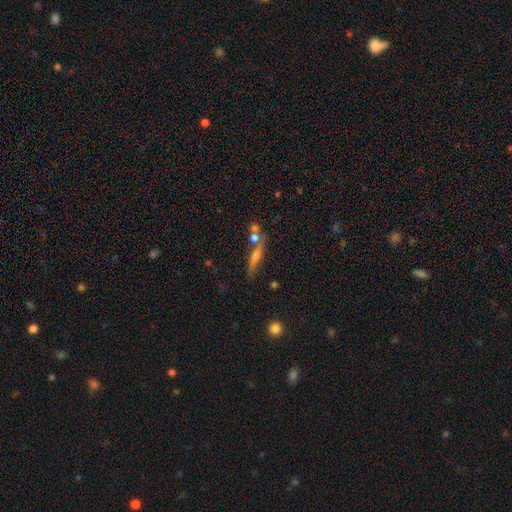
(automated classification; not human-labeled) smooth_or_featured: featured or disk (p=0.59) [alt: smooth p=0.30]
disk_edge_on: yes (p=0.93) [alt: no p=0.07]
edge_on_bulge: rounded (p=0.76) [alt: none p=0.16]
merging: none (p=0.71) [alt: merger p=0.13]